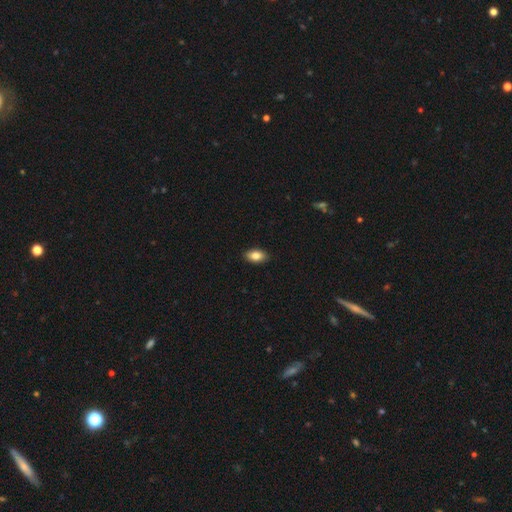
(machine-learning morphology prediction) This appears to be a smooth galaxy with no disk features (84%) that is in between round and cigar-shaped (92%). Merging: none (90%).